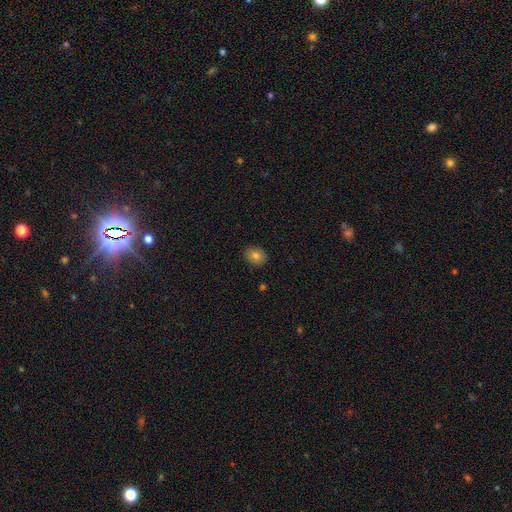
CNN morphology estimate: Overall: smooth (79%). How rounded: round (50%; in between 49%). Merging: none (88%).